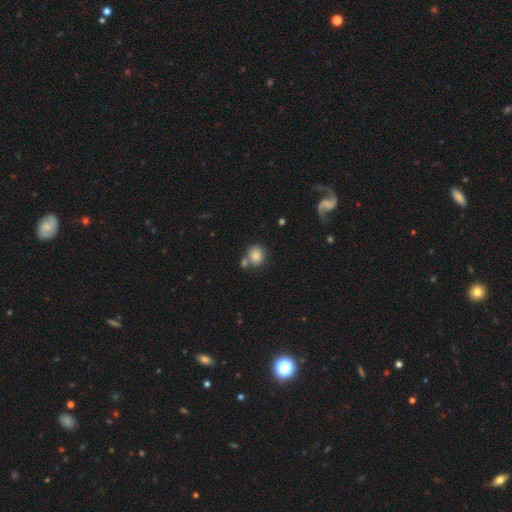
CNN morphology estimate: Smooth or featured? Predicted: smooth (p=0.84). How rounded? Predicted: round (p=0.65). Merging? Predicted: none (p=0.56).